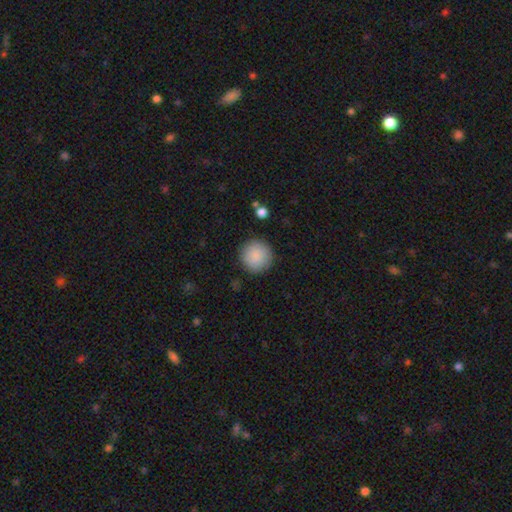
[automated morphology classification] Smooth or featured?
  - smooth: 87% *
  - star or artifact: 7%
  - featured or disk: 6%
How rounded?
  - round: 95% *
  - in between: 4%
  - cigar-shaped: 1%
Merging?
  - none: 89% *
  - minor disturbance: 7%
  - major disturbance: 2%
  - merger: 1%